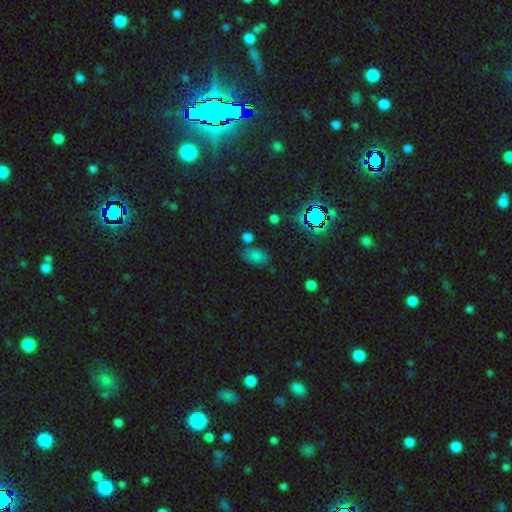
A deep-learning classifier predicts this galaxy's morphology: Smooth or featured?
  - smooth: 65% *
  - star or artifact: 26%
  - featured or disk: 9%
How rounded?
  - in between: 86% *
  - round: 12%
  - cigar-shaped: 2%
Merging?
  - none: 66% *
  - minor disturbance: 19%
  - merger: 9%
  - major disturbance: 6%